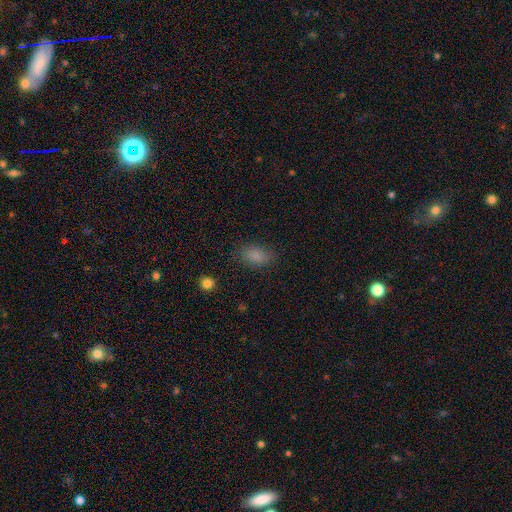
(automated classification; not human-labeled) Smooth or featured? smooth (84%)
How rounded? in between (89%)
Merging? none (82%)